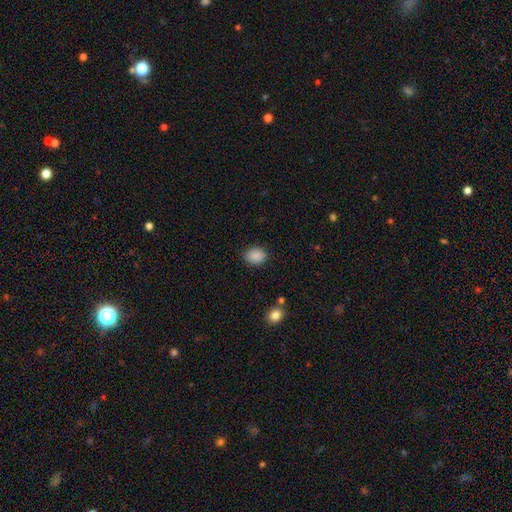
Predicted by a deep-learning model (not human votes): Smooth or featured? smooth (89%)
How rounded? in between (56%)
Merging? none (86%)